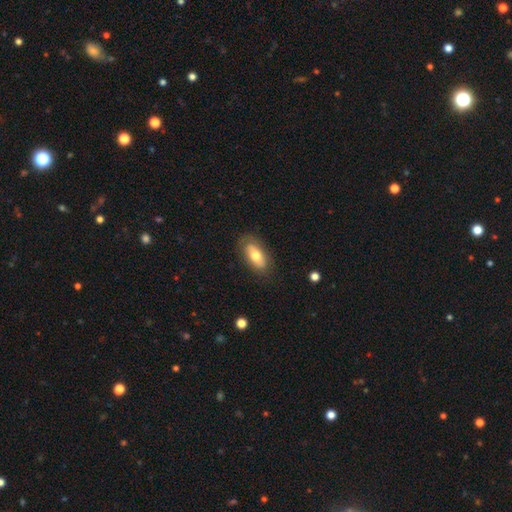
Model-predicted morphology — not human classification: Overall: smooth (67%). How rounded: in between (86%). Merging: none (81%).